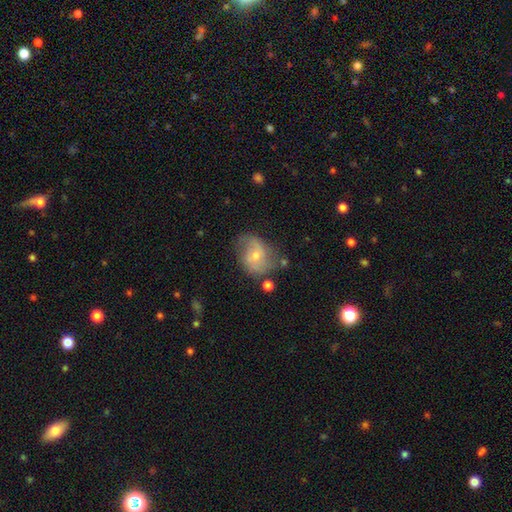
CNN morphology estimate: smooth_or_featured: featured or disk (p=0.60) [alt: smooth p=0.32]
disk_edge_on: no (p=0.97) [alt: yes p=0.03]
bar: no (p=0.52) [alt: weak p=0.40]
has_spiral_arms: yes (p=0.84) [alt: no p=0.16]
bulge_size: small (p=0.50) [alt: moderate p=0.43]
merging: none (p=0.56) [alt: minor disturbance p=0.27]